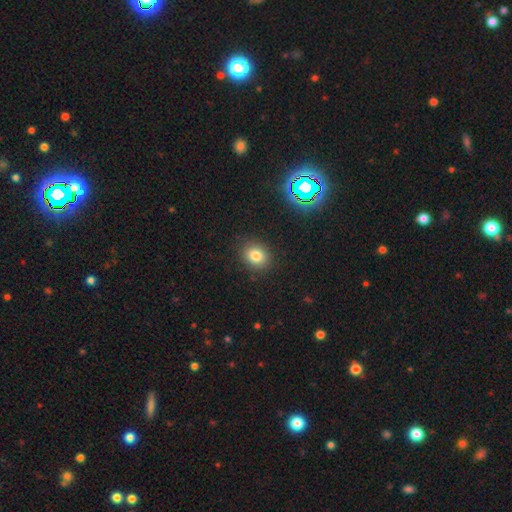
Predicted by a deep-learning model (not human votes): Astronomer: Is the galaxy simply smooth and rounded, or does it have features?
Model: smooth — 79%.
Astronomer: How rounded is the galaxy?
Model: round — 63%.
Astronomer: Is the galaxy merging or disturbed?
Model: none — 88%.